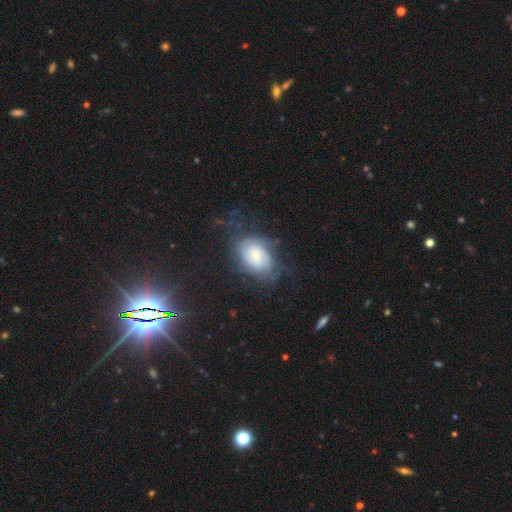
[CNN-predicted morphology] Smooth or featured?
  - featured or disk: 60% *
  - smooth: 30%
  - star or artifact: 10%
Edge-on disk?
  - no: 97% *
  - yes: 3%
Bar?
  - no: 58% *
  - weak: 35%
  - strong: 6%
Spiral arms?
  - yes: 85% *
  - no: 15%
Bulge size?
  - small: 56% *
  - moderate: 30%
  - large: 7%
  - none: 4%
  - dominant: 2%
Merging?
  - none: 57% *
  - minor disturbance: 23%
  - major disturbance: 18%
  - merger: 2%